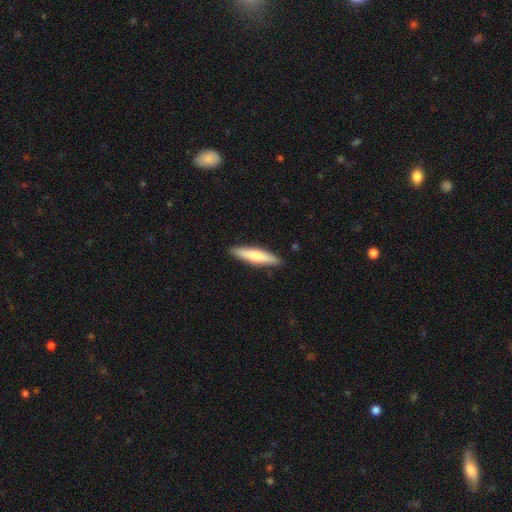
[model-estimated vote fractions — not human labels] Smooth or featured?
  - smooth: 64% *
  - featured or disk: 31%
  - star or artifact: 5%
How rounded?
  - cigar-shaped: 83% *
  - in between: 15%
  - round: 1%
Merging?
  - none: 90% *
  - minor disturbance: 8%
  - major disturbance: 2%
  - merger: 1%